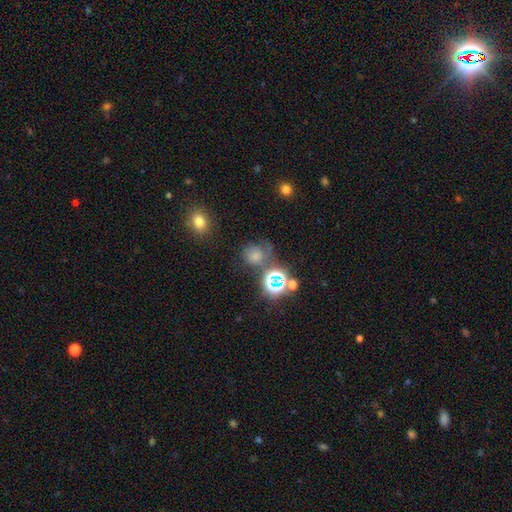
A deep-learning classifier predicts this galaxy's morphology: A smooth galaxy with no disk features (60%) that is round (76%). Merging: none (49%).